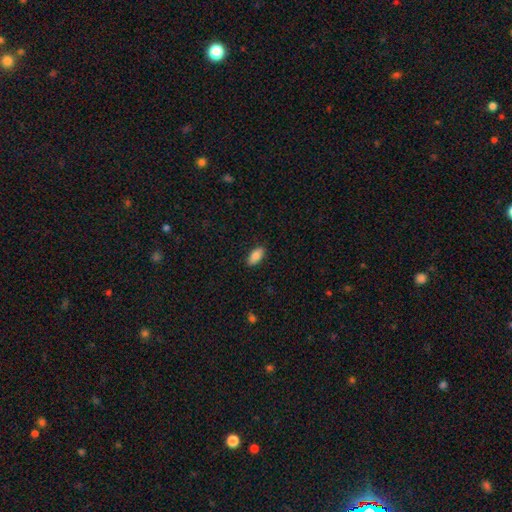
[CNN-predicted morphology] smooth-or-featured: smooth: 85% | featured or disk: 9% | star or artifact: 7%
  how-rounded: in between: 89% | cigar-shaped: 9% | round: 2%
  merging: none: 88% | minor disturbance: 9% | major disturbance: 2% | merger: 1%